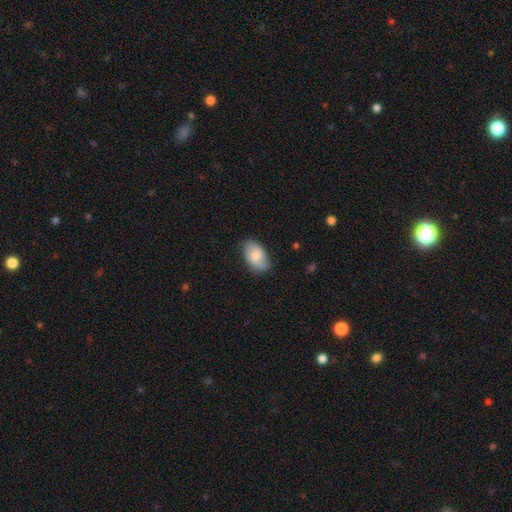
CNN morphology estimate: The model was most divided on "smooth or featured": smooth: 67%, featured or disk: 27%, star or artifact: 6%. More confident: how rounded — in between (92%); merging — none (74%).